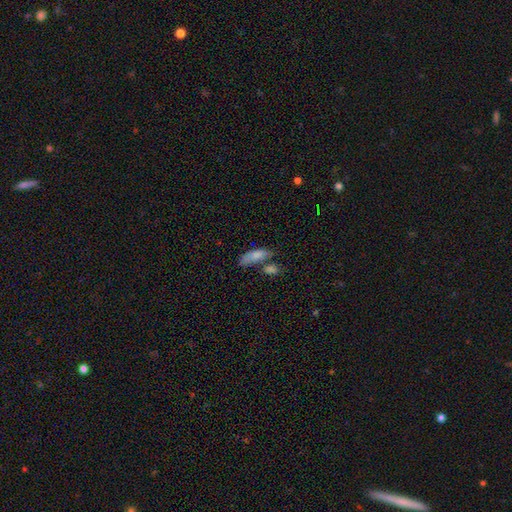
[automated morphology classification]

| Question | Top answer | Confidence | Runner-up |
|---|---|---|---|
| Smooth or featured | smooth | 81% | featured or disk (12%) |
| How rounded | in between | 70% | cigar-shaped (27%) |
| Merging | none | 44% | merger (28%) |